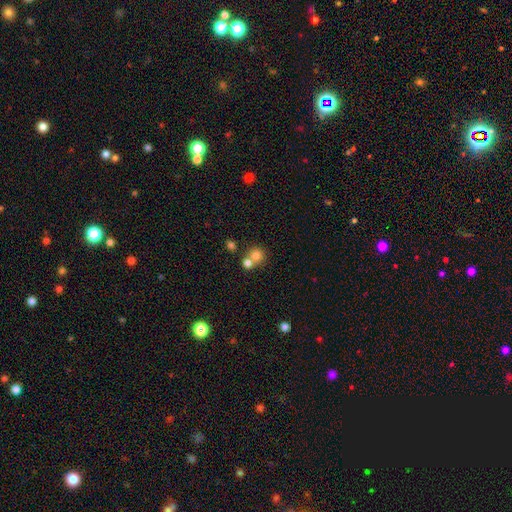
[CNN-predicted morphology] smooth_or_featured: smooth (p=0.76) [alt: star or artifact p=0.13]
how_rounded: round (p=0.86) [alt: in between p=0.14]
merging: merger (p=0.48) [alt: none p=0.43]